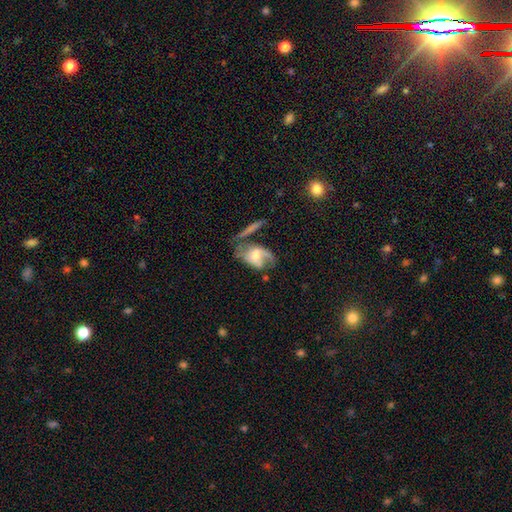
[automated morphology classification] type=featured or disk (59%); edge-on=no (94%); bar=no (52%); spiral arms=yes (75%); bulge=moderate (37%); merging=major disturbance (32%).